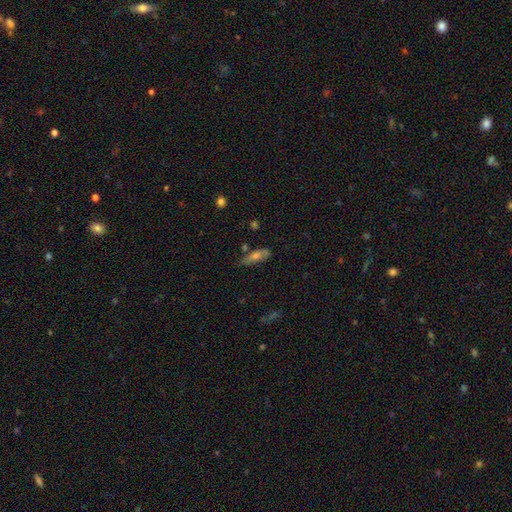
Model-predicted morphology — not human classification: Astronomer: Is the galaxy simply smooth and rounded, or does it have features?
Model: smooth — 52% (runner-up: featured or disk, 36%).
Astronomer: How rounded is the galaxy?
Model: cigar-shaped — 57% (runner-up: in between, 40%).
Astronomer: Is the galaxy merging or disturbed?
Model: none — 65%.